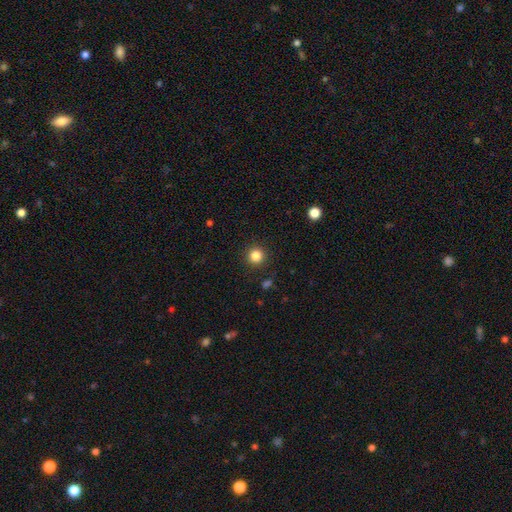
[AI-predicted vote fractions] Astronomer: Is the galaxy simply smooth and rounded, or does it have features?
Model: smooth — 84%.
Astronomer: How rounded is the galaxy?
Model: round — 95%.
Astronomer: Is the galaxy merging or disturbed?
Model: none — 91%.